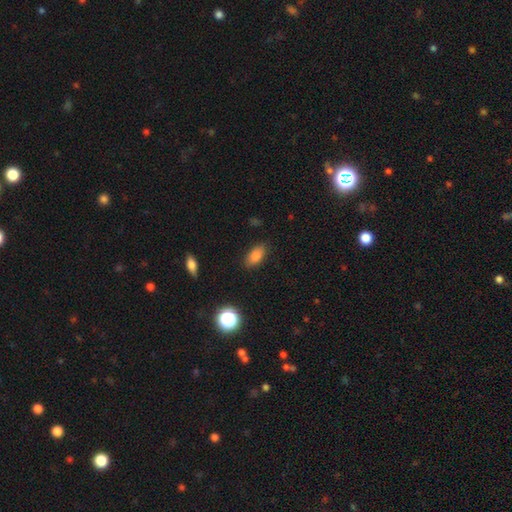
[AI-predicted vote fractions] smooth-or-featured: smooth: 83% | star or artifact: 10% | featured or disk: 7%
  how-rounded: in between: 89% | round: 6% | cigar-shaped: 5%
  merging: none: 85% | minor disturbance: 11% | major disturbance: 3% | merger: 1%